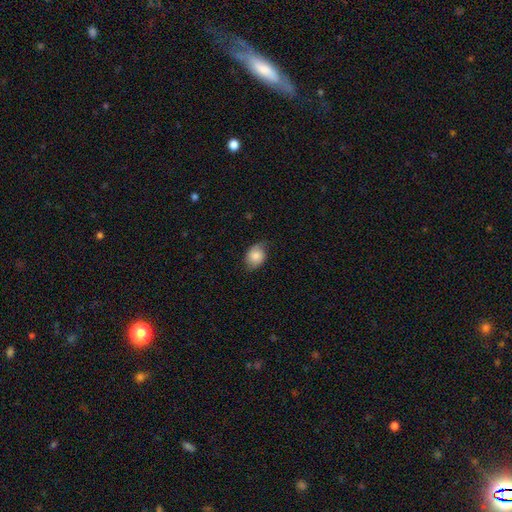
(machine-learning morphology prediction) A smooth galaxy with no disk features (77%) that is in between round and cigar-shaped (61%).

Vote fractions:
- Smooth or featured? smooth: 77% / featured or disk: 15% / star or artifact: 8%
- How rounded? in between: 61% / round: 38% / cigar-shaped: 1%
- Merging? none: 67% / minor disturbance: 26% / major disturbance: 6% / merger: 1%